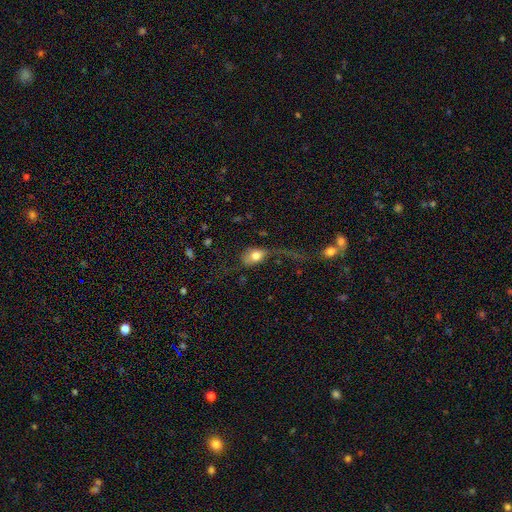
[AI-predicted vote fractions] Overall: smooth (73%). How rounded: in between (80%). Merging: major disturbance (49%; none 27%).